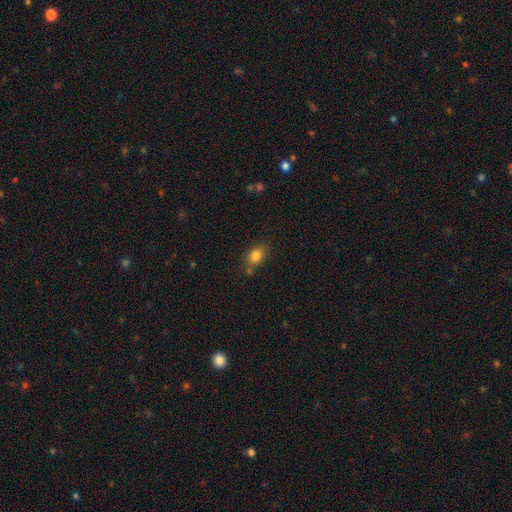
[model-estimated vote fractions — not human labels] smooth-or-featured: smooth: 82% | star or artifact: 10% | featured or disk: 8%
  how-rounded: in between: 65% | round: 34% | cigar-shaped: 2%
  merging: none: 70% | minor disturbance: 17% | merger: 9% | major disturbance: 4%